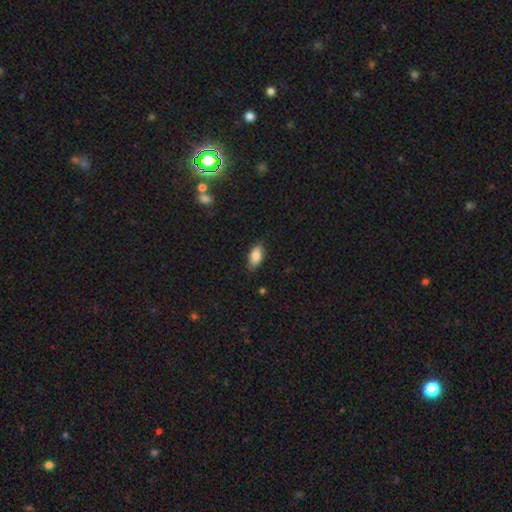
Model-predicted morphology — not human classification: smooth_or_featured: smooth (p=0.86) [alt: featured or disk p=0.07]
how_rounded: in between (p=0.90) [alt: cigar-shaped p=0.07]
merging: none (p=0.82) [alt: minor disturbance p=0.14]